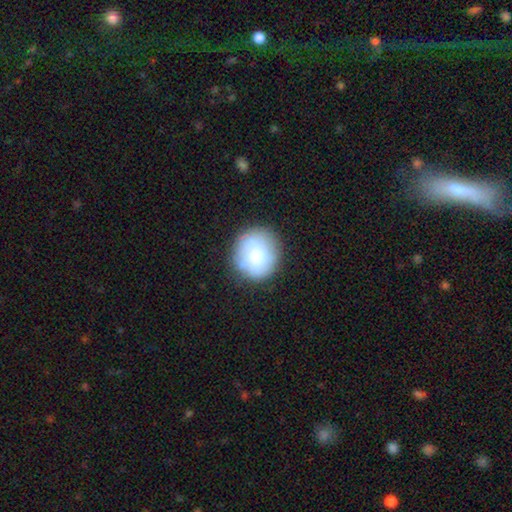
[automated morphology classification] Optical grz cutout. It shows a smooth galaxy with no disk features (70%) that is round (84%). Merging: none (79%).